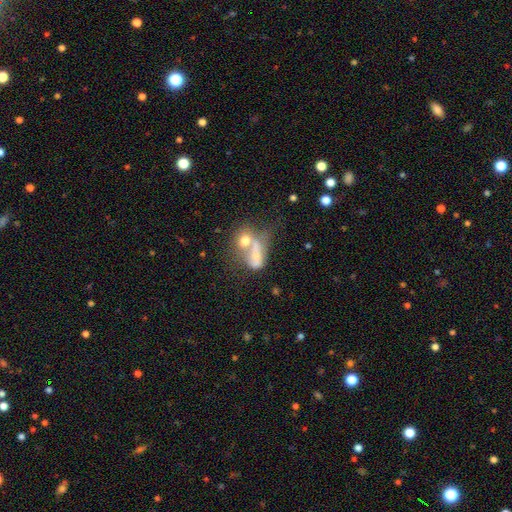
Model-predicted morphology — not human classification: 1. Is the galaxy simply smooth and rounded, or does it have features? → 53% smooth, 36% featured or disk, 12% star or artifact.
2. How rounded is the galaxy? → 68% in between, 26% round, 6% cigar-shaped.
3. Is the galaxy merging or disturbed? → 68% merger, 13% none, 12% major disturbance, 7% minor disturbance.